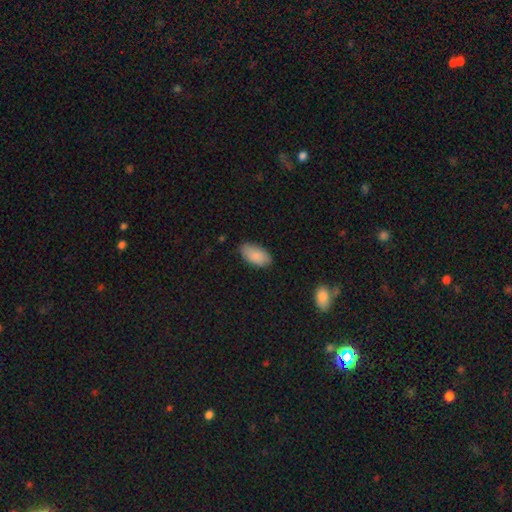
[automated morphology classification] Smooth or featured? smooth (88%)
How rounded? in between (94%)
Merging? none (82%)